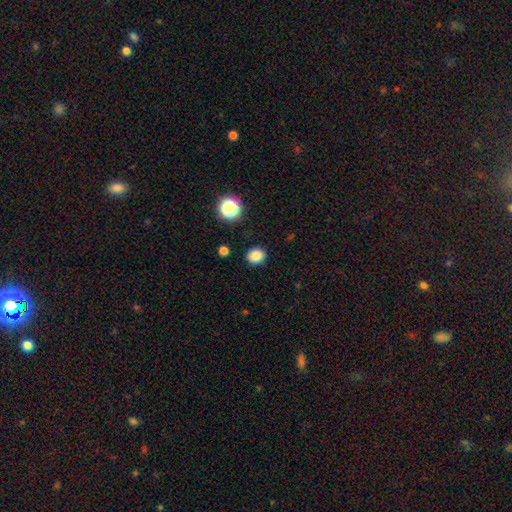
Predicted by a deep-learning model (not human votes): Smooth or featured? Predicted: smooth (p=0.85). How rounded? Predicted: round (p=0.73). Merging? Predicted: none (p=0.89).